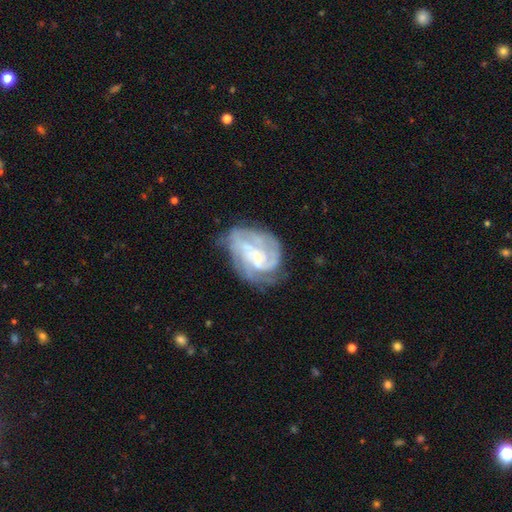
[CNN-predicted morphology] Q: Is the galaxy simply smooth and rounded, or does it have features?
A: featured or disk — 81%.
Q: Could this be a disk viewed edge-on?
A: no — 98%.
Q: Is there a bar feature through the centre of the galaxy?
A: no — 48%.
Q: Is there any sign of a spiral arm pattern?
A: yes — 90%.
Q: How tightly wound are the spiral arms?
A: tight — 50%.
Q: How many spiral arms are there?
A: can't tell — 33%.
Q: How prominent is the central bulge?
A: small — 51%.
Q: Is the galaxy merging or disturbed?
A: none — 54%.